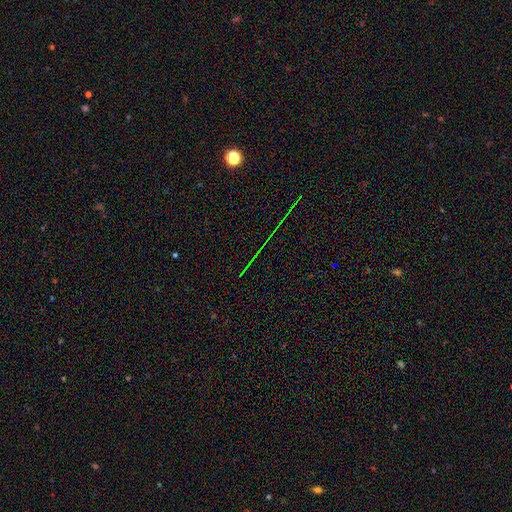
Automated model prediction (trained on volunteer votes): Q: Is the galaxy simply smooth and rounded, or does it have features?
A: star or artifact — 77%.